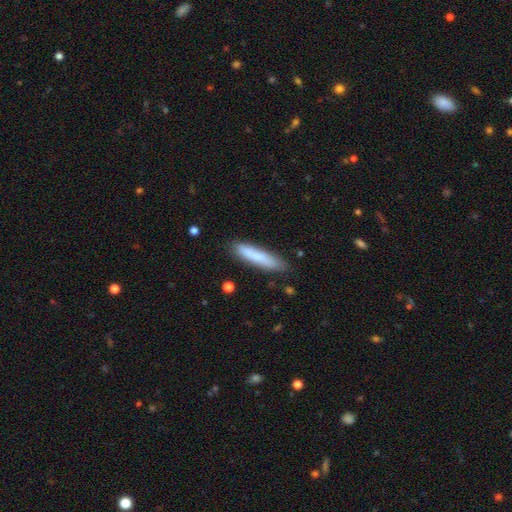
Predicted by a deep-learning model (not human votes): Smooth or featured? smooth (79%)
How rounded? cigar-shaped (85%)
Merging? none (80%)